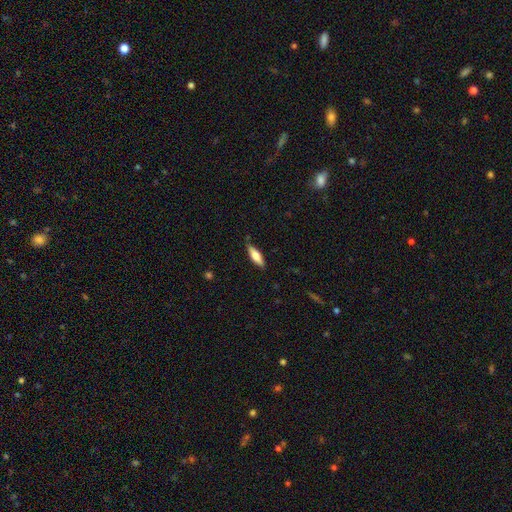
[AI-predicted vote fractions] The model was most divided on "how rounded": cigar-shaped: 51%, in between: 47%, round: 2%. More confident: merging — none (83%); smooth or featured — smooth (65%).